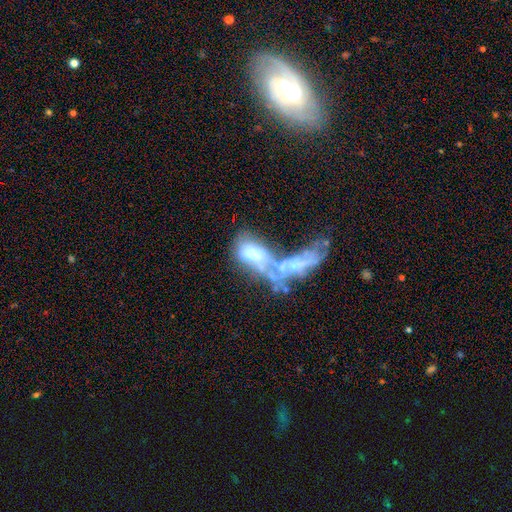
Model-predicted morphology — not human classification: This is possibly a featured or disk galaxy (51%). It is clearly not viewed edge-on (90%). Merging: likely merger (65%).